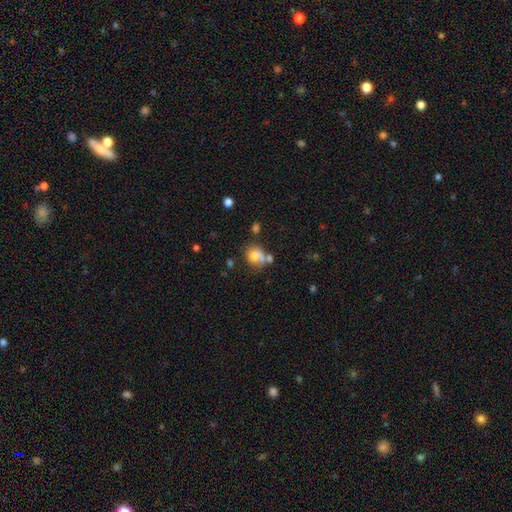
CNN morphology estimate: Q: Smooth or featured?
A: smooth (73%); runner-up: featured or disk (16%)
Q: How rounded?
A: round (70%); runner-up: in between (29%)
Q: Merging?
A: none (45%); runner-up: merger (28%)